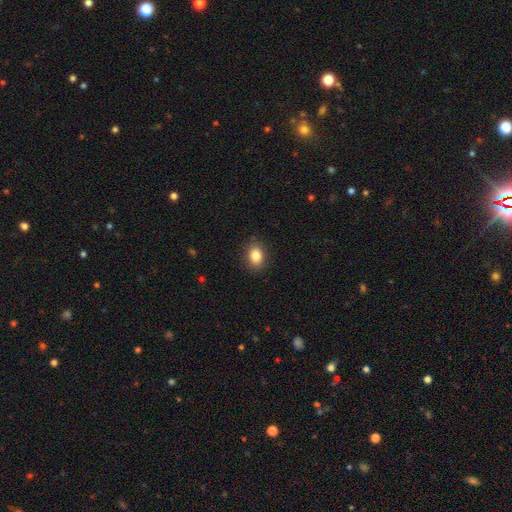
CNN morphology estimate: Smooth or featured?
  - smooth: 85% *
  - star or artifact: 9%
  - featured or disk: 6%
How rounded?
  - in between: 63% *
  - round: 36%
  - cigar-shaped: 1%
Merging?
  - none: 86% *
  - minor disturbance: 10%
  - major disturbance: 3%
  - merger: 1%